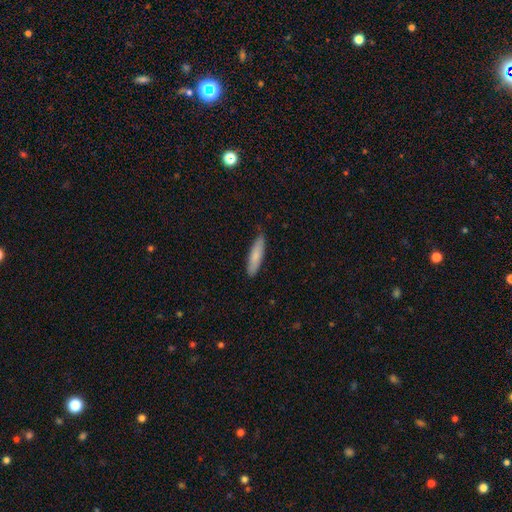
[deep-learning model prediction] A smooth galaxy with no disk features (80%) that is cigar-shaped (77%).

Vote fractions:
- Smooth or featured? smooth: 80% / featured or disk: 14% / star or artifact: 5%
- How rounded? cigar-shaped: 77% / in between: 22% / round: 1%
- Merging? none: 82% / minor disturbance: 15% / major disturbance: 2% / merger: 1%